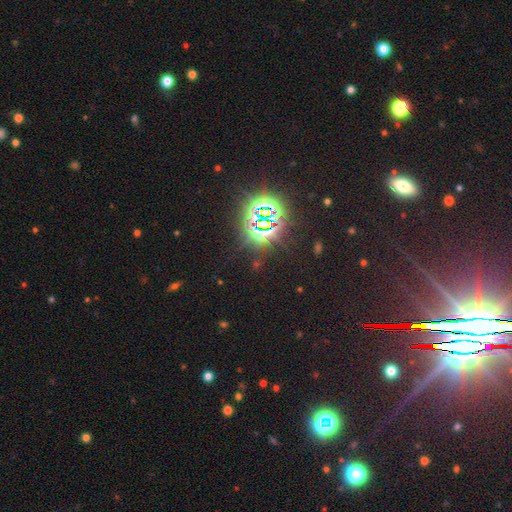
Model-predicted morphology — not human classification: This appears to be a star or artifact, not a galaxy (81%).